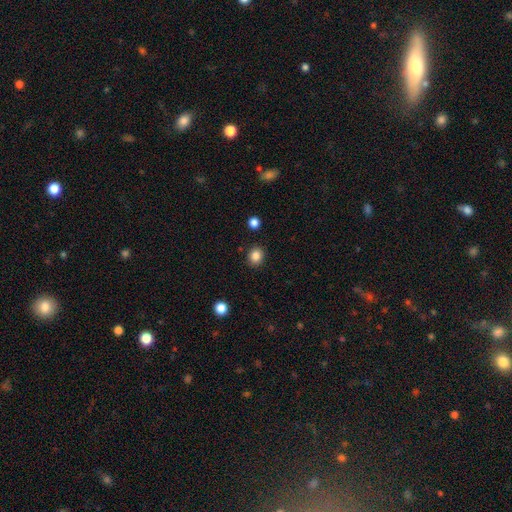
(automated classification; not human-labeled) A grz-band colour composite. It shows a smooth galaxy with no disk features (85%) that is round (74%). Merging: none (88%).